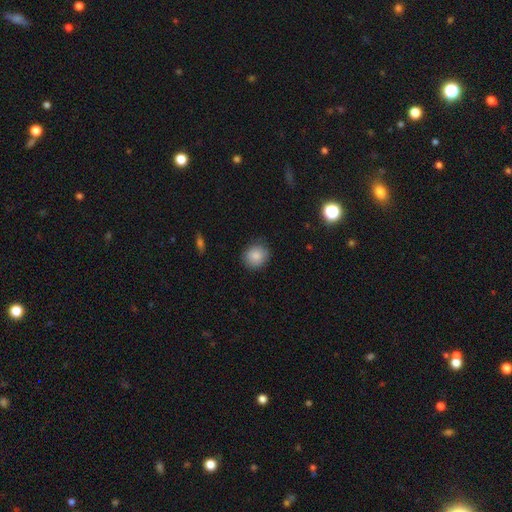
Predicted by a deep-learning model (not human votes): This appears to be a smooth galaxy with no disk features (86%) that is round (79%). Merging: none (84%).